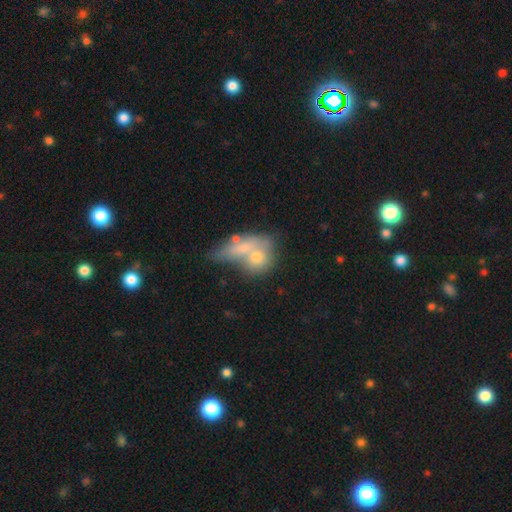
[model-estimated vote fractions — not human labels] Q: Smooth or featured?
A: smooth (38%); runner-up: featured or disk (34%)
Q: Merging?
A: merger (49%); runner-up: none (26%)